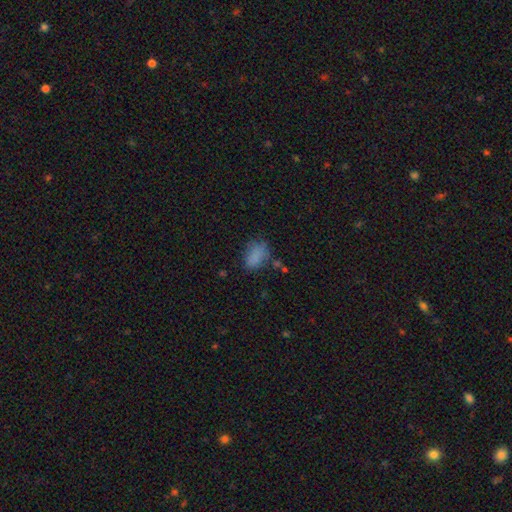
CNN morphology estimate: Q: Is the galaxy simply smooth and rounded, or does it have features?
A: smooth — 80%.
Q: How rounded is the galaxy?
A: in between — 85%.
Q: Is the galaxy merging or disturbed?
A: none — 61%.